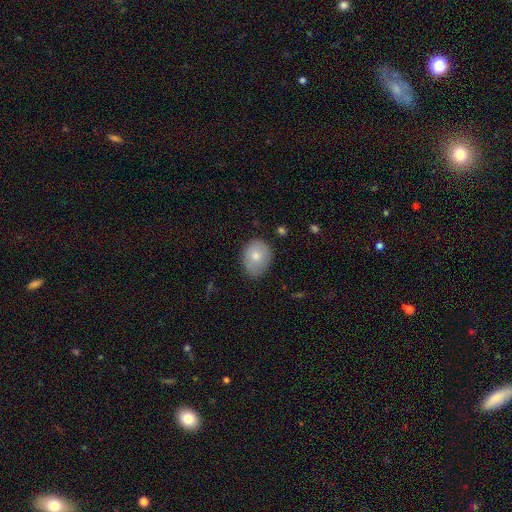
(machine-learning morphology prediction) The model was most divided on "how rounded": in between: 52%, round: 47%, cigar-shaped: 1%. More confident: smooth or featured — smooth (75%); merging — none (70%).